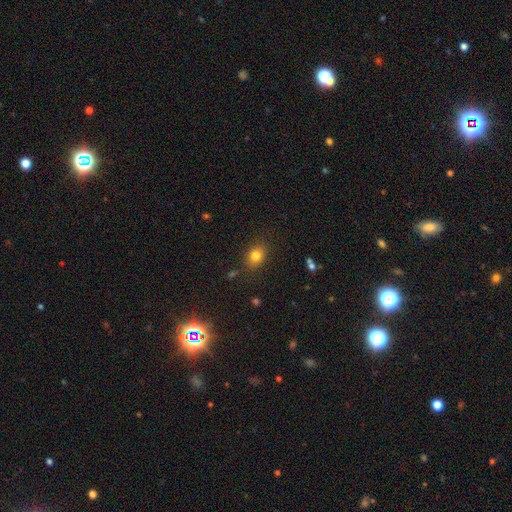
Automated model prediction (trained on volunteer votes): The model was most divided on "how rounded": in between: 52%, round: 47%, cigar-shaped: 1%. More confident: merging — none (84%); smooth or featured — smooth (80%).